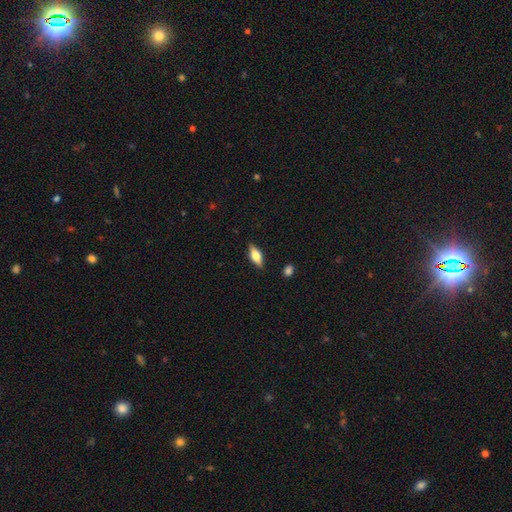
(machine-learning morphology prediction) Overall: smooth (52%; featured or disk 41%). How rounded: in between (71%). Merging: none (86%).